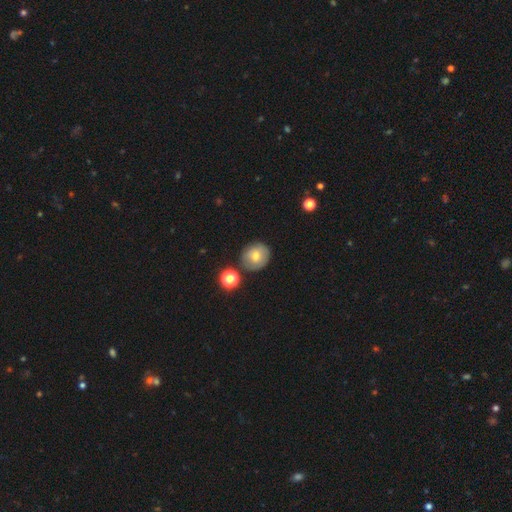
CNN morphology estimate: Smooth or featured? smooth (70%)
How rounded? round (85%)
Merging? none (77%)